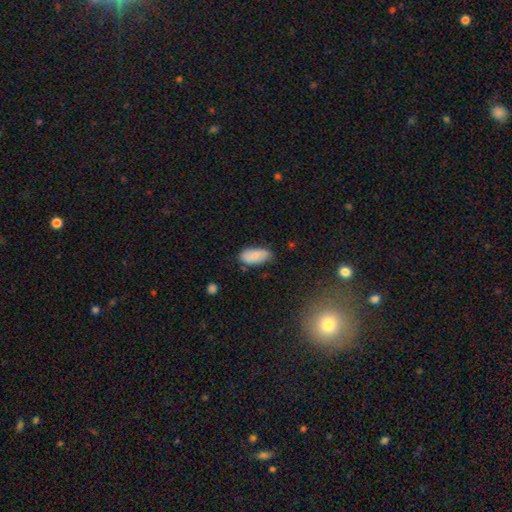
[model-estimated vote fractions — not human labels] smooth 76%, featured or disk 18%, star or artifact 7%. Down the decision tree: how rounded — in between (93%); merging — none (70%).